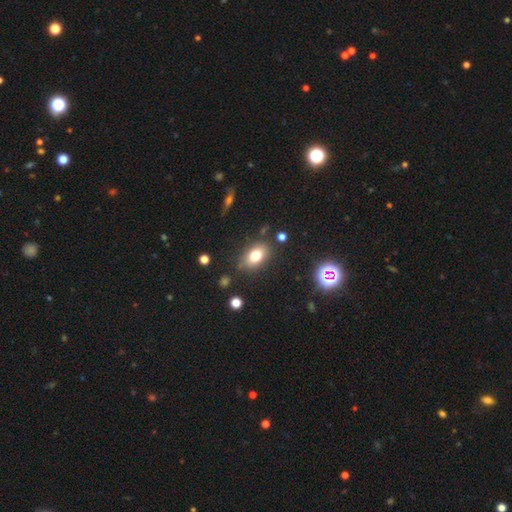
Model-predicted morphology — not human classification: The model was most divided on "smooth or featured": smooth: 75%, featured or disk: 13%, star or artifact: 12%. More confident: how rounded — in between (84%); merging — none (80%).